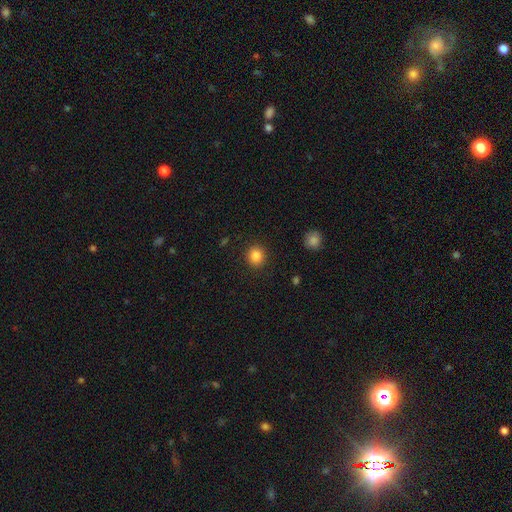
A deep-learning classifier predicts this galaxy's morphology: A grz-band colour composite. It shows a smooth galaxy with no disk features (85%) that is round (87%). Merging: none (90%).